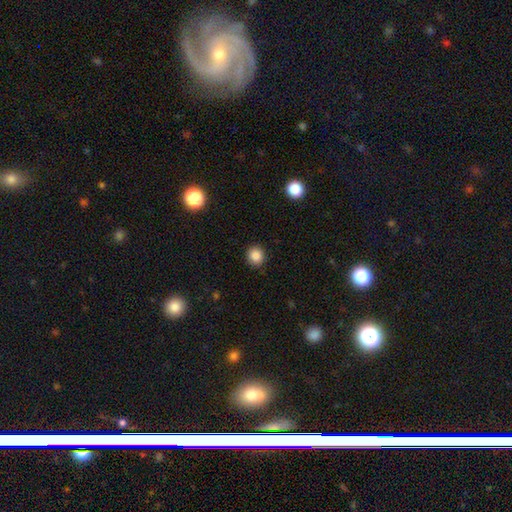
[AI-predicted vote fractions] Smooth or featured? smooth (85%)
How rounded? round (89%)
Merging? none (91%)